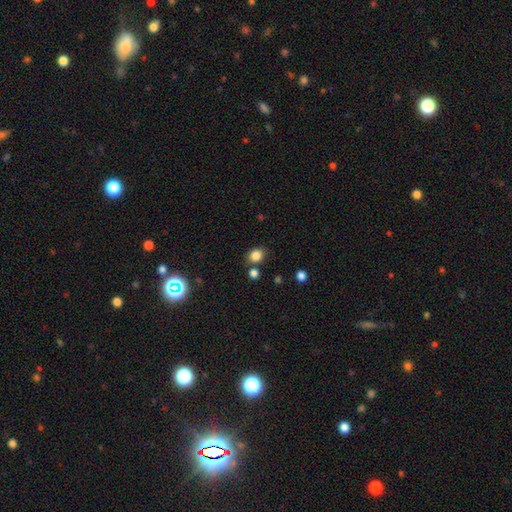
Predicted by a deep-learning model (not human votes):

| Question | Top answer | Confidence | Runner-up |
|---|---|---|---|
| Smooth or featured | smooth | 83% | star or artifact (12%) |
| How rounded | round | 64% | in between (35%) |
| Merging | none | 76% | minor disturbance (11%) |